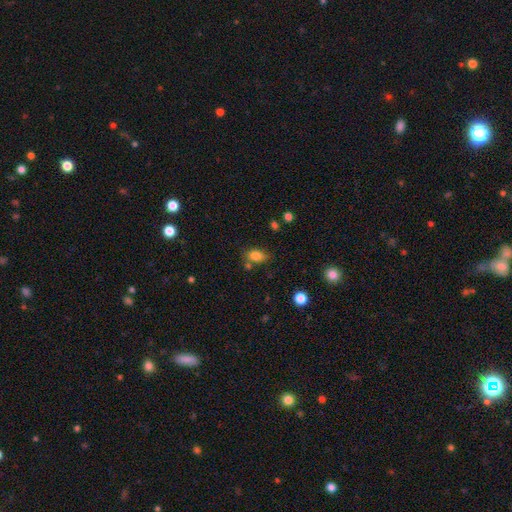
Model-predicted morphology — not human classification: smooth_or_featured: smooth (p=0.82) [alt: star or artifact p=0.11]
how_rounded: in between (p=0.83) [alt: round p=0.14]
merging: none (p=0.66) [alt: minor disturbance p=0.18]